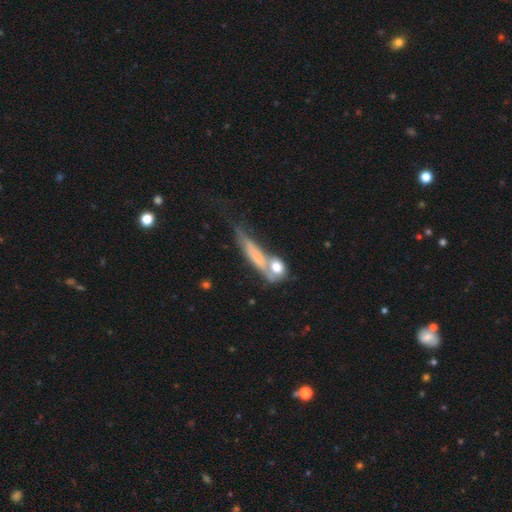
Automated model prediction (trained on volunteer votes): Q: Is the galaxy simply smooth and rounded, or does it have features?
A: smooth — 52%.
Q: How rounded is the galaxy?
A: cigar-shaped — 64%.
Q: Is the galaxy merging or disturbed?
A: none — 33%.